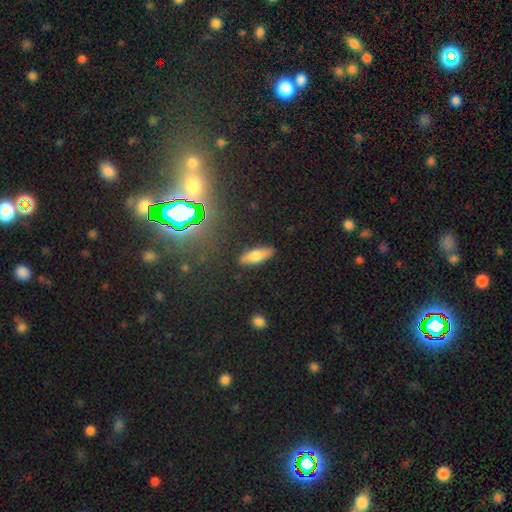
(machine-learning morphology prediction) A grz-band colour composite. It shows a smooth galaxy with no disk features (69%) that is in between round and cigar-shaped (58%). Merging: none (87%).